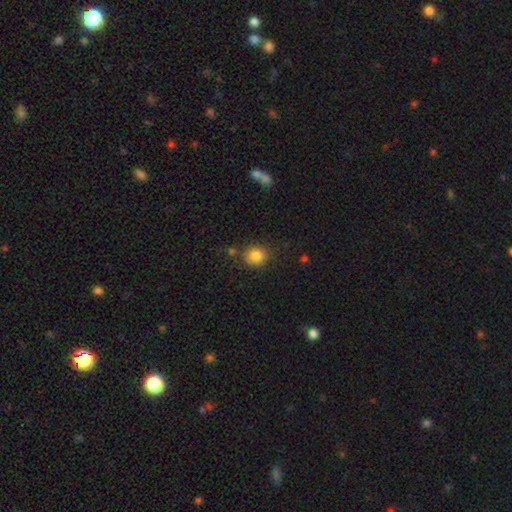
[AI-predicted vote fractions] smooth_or_featured: smooth (p=0.85) [alt: star or artifact p=0.10]
how_rounded: round (p=0.79) [alt: in between p=0.20]
merging: none (p=0.81) [alt: minor disturbance p=0.11]